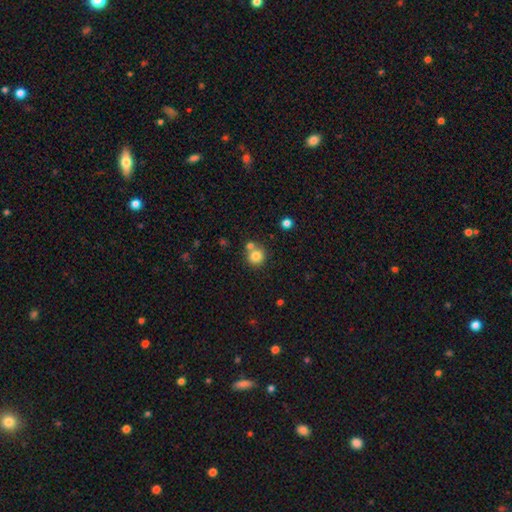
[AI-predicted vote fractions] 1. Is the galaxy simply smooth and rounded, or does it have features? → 81% smooth, 11% star or artifact, 8% featured or disk.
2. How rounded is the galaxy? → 92% round, 8% in between, 1% cigar-shaped.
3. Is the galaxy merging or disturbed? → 64% none, 24% merger, 8% minor disturbance, 3% major disturbance.